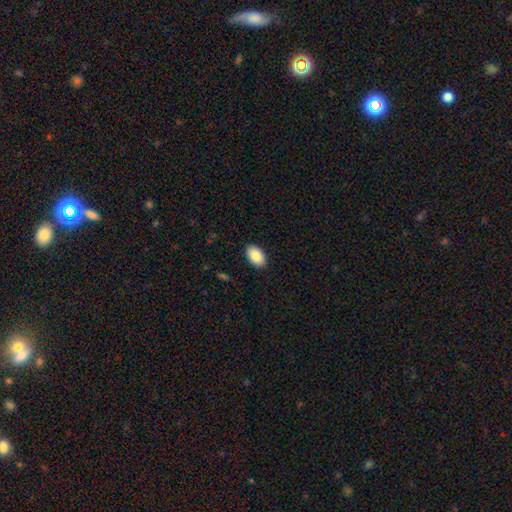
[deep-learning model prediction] Q: Smooth or featured?
A: smooth (88%); runner-up: star or artifact (6%)
Q: How rounded?
A: in between (94%); runner-up: round (5%)
Q: Merging?
A: none (90%); runner-up: minor disturbance (8%)